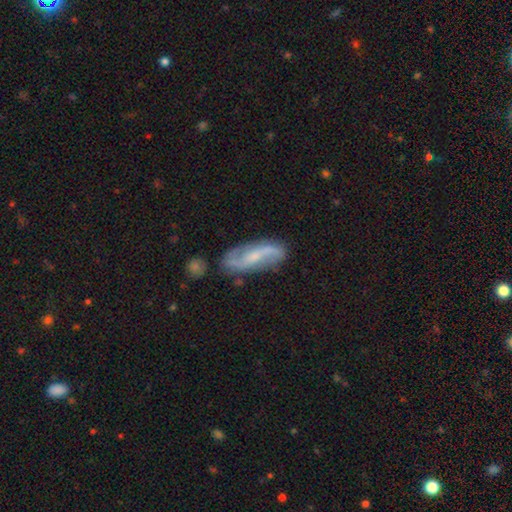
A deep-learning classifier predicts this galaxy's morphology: Smooth or featured? featured or disk (78%)
Edge-on disk? no (90%)
Bar? weak (43%)
Spiral arms? yes (93%)
Spiral winding? loose (54%)
Spiral arm count? 2 (89%)
Bulge size? small (57%)
Merging? none (76%)